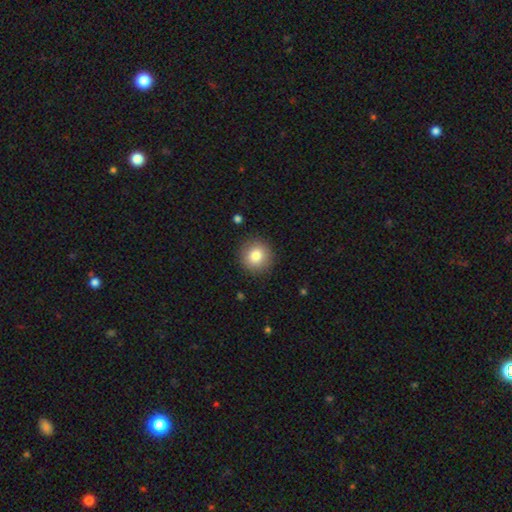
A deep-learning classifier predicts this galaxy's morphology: Smooth or featured: smooth — 82% (star or artifact — 9%)
How rounded: round — 93% (in between — 6%)
Merging: none — 90% (minor disturbance — 7%)